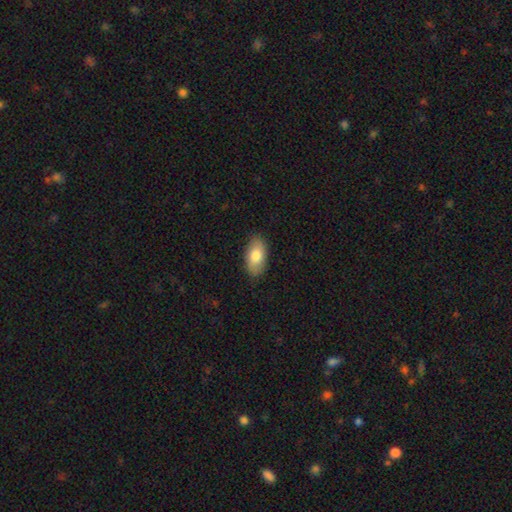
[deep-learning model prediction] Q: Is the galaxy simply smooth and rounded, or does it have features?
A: smooth — 80%.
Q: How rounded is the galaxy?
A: in between — 94%.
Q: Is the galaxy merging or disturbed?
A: none — 87%.